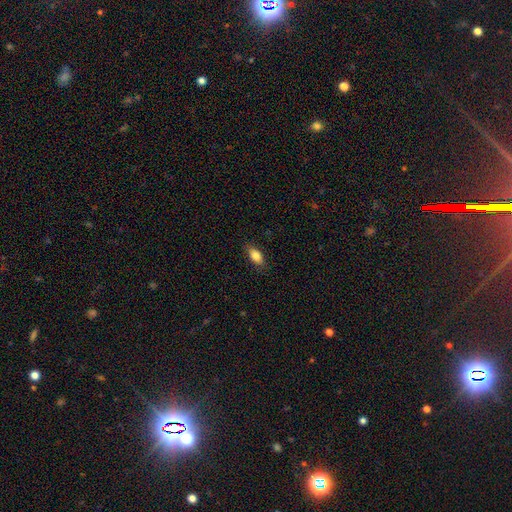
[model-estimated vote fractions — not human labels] A smooth galaxy with no disk features (83%) that is in between round and cigar-shaped (85%). Merging: none (84%).